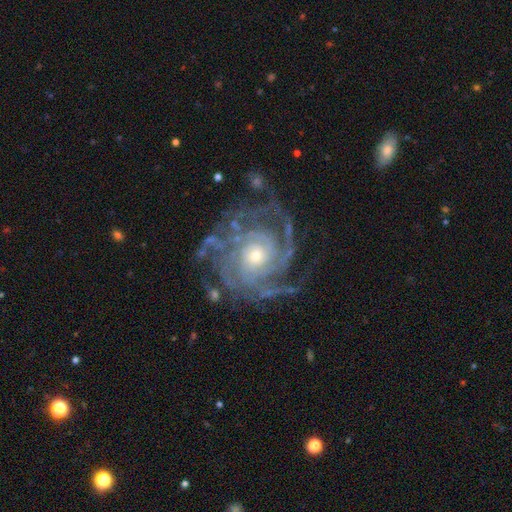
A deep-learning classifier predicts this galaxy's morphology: Q: Smooth or featured?
A: featured or disk (90%); runner-up: star or artifact (6%)
Q: Edge-on disk?
A: no (97%); runner-up: yes (3%)
Q: Bar?
A: no (79%); runner-up: weak (16%)
Q: Spiral arms?
A: yes (97%); runner-up: no (3%)
Q: Spiral winding?
A: tight (72%); runner-up: medium (23%)
Q: Spiral arm count?
A: 4 (25%); runner-up: can't tell (22%)
Q: Bulge size?
A: small (56%); runner-up: moderate (39%)
Q: Merging?
A: none (69%); runner-up: minor disturbance (17%)